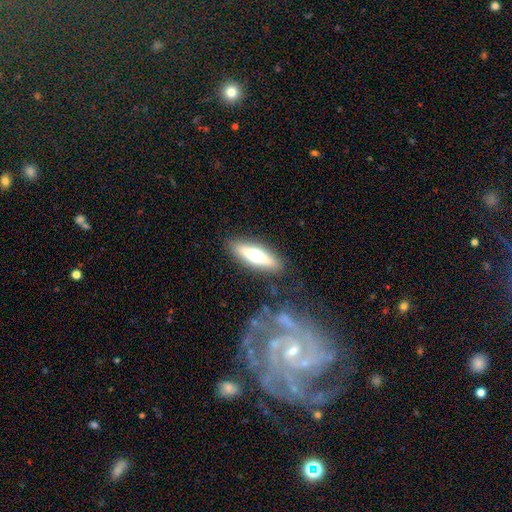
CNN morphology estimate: Smooth or featured? Predicted: featured or disk (p=0.50). Edge-on disk? Predicted: yes (p=0.86). Merging? Predicted: none (p=0.84).